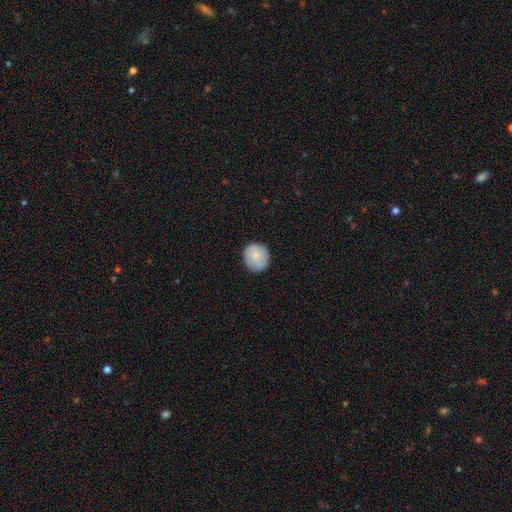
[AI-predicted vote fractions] Smooth or featured? smooth (72%)
How rounded? round (85%)
Merging? none (84%)